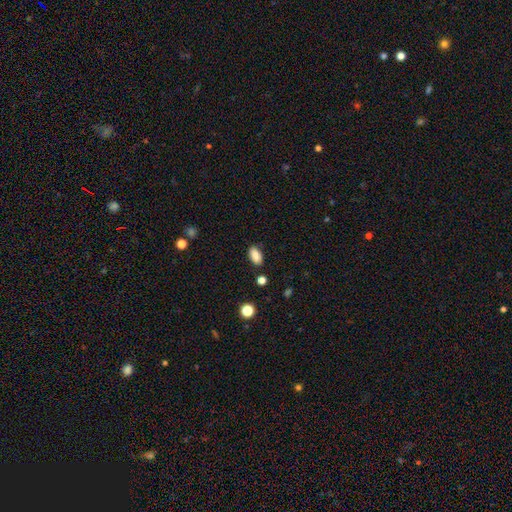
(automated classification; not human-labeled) A smooth galaxy with no disk features (86%) that is in between round and cigar-shaped (91%). Merging: none (85%).